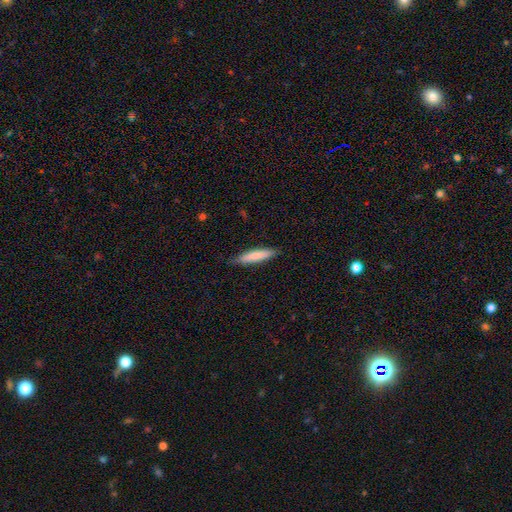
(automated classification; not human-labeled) smooth 79%, featured or disk 15%, star or artifact 6%. Down the decision tree: how rounded — cigar-shaped (87%); merging — none (83%).